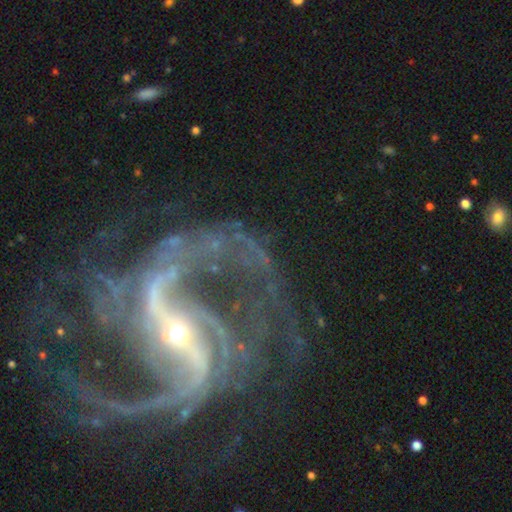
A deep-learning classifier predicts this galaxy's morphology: Smooth or featured?
  - featured or disk: 91% *
  - star or artifact: 7%
  - smooth: 2%
Edge-on disk?
  - no: 97% *
  - yes: 3%
Bar?
  - strong: 61% *
  - weak: 24%
  - no: 15%
Spiral arms?
  - yes: 97% *
  - no: 3%
Spiral winding?
  - loose: 49% *
  - medium: 40%
  - tight: 12%
Spiral arm count?
  - 2: 71% *
  - 3: 7%
  - can't tell: 7%
  - 1: 5%
  - 4: 5%
  - more than 4: 5%
Bulge size?
  - small: 82% *
  - moderate: 14%
  - none: 2%
  - large: 1%
  - dominant: 1%
Merging?
  - none: 53% *
  - major disturbance: 27%
  - minor disturbance: 14%
  - merger: 5%